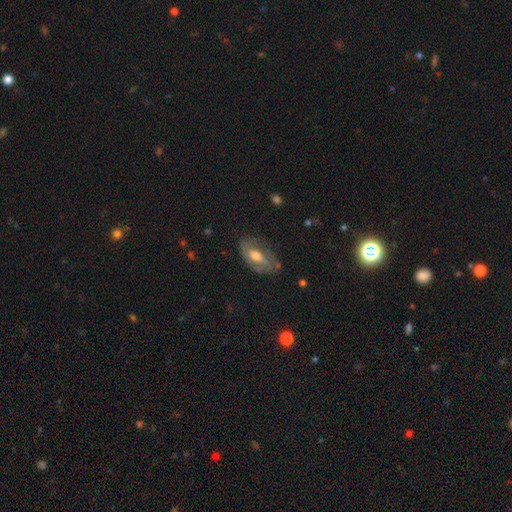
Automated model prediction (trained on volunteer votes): smooth_or_featured: featured or disk (p=0.62) [alt: smooth p=0.30]
disk_edge_on: no (p=0.89) [alt: yes p=0.11]
bar: no (p=0.51) [alt: weak p=0.36]
has_spiral_arms: yes (p=0.61) [alt: no p=0.39]
bulge_size: moderate (p=0.69) [alt: small p=0.18]
merging: none (p=0.66) [alt: minor disturbance p=0.24]